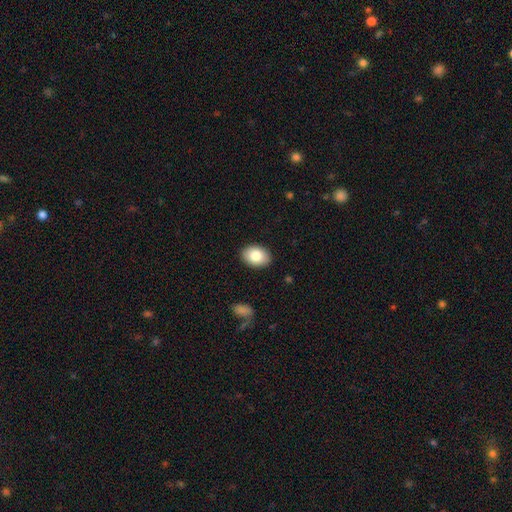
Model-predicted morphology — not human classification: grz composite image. It shows a smooth galaxy with no disk features (83%) that is in between round and cigar-shaped (80%). Merging: none (89%).